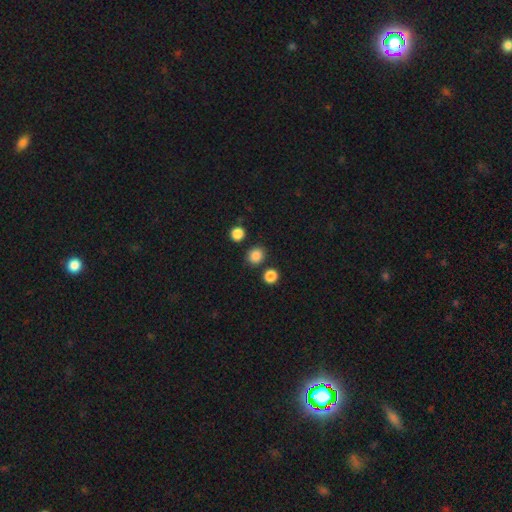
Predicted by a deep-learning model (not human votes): This is clearly a smooth galaxy (85%). How rounded: clearly round (83%). Merging: clearly none (84%).